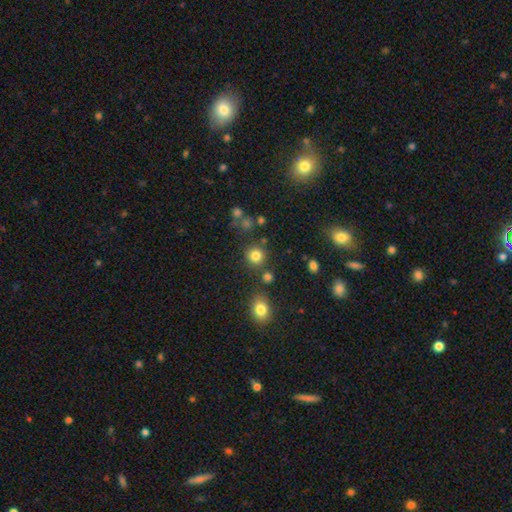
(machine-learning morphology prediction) A smooth galaxy with no disk features (81%) that is round (90%).

Vote fractions:
- Smooth or featured? smooth: 81% / star or artifact: 14% / featured or disk: 6%
- How rounded? round: 90% / in between: 9% / cigar-shaped: 1%
- Merging? none: 81% / minor disturbance: 8% / merger: 8% / major disturbance: 4%